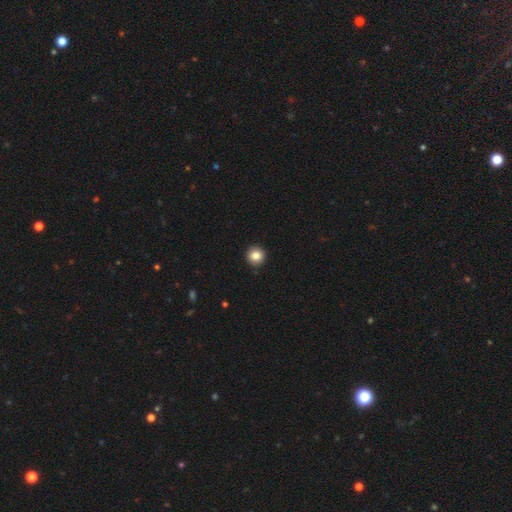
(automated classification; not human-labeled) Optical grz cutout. It shows a smooth galaxy with no disk features (84%) that is round (94%). Merging: none (93%).